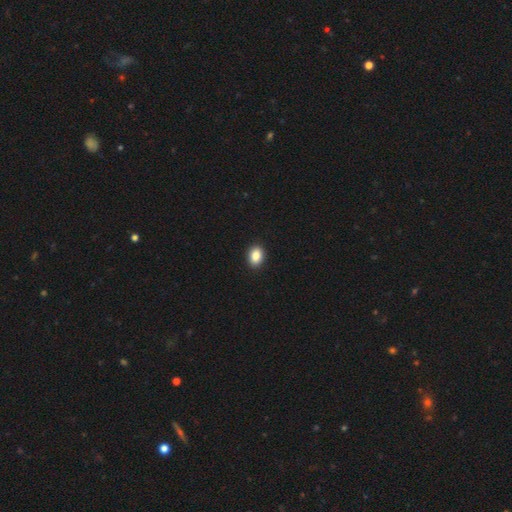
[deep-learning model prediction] Smooth or featured? Predicted: smooth (p=0.87). How rounded? Predicted: in between (p=0.75). Merging? Predicted: none (p=0.92).